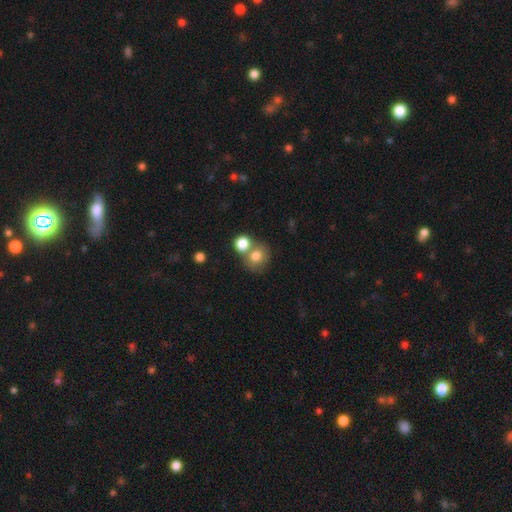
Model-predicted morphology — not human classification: The model was most divided on "merging": none: 47%, merger: 40%, minor disturbance: 9%, major disturbance: 4%. More confident: how rounded — round (78%); smooth or featured — smooth (77%).